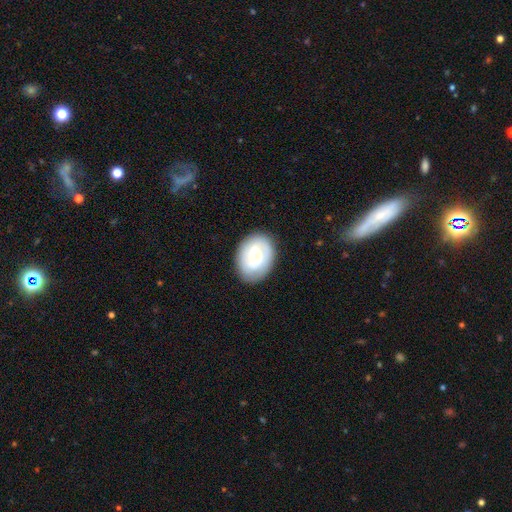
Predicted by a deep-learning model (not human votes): A featured or disk galaxy (69%) with a weak bar (52%), 2 (80%) medium (42%) spiral arms (82%) and a moderate central bulge (63%).

Vote fractions:
- Smooth or featured? featured or disk: 69% / smooth: 25% / star or artifact: 6%
- Edge-on disk? no: 97% / yes: 3%
- Bar? weak: 52% / no: 28% / strong: 20%
- Spiral arms? yes: 82% / no: 18%
- Spiral winding? medium: 42% / tight: 39% / loose: 19%
- Spiral arm count? 2: 80% / can't tell: 11% / 1: 4% / 3: 2% / 4: 1% / more than 4: 1%
- Bulge size? moderate: 63% / large: 21% / small: 13% / dominant: 2% / none: 2%
- Merging? none: 84% / minor disturbance: 11% / major disturbance: 4% / merger: 1%